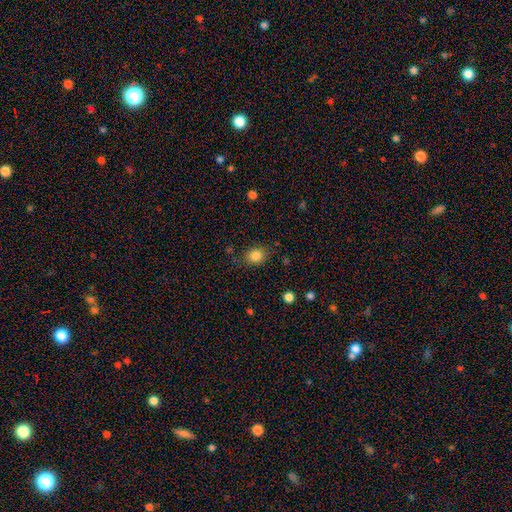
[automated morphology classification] Smooth or featured? smooth (84%)
How rounded? round (57%)
Merging? none (78%)